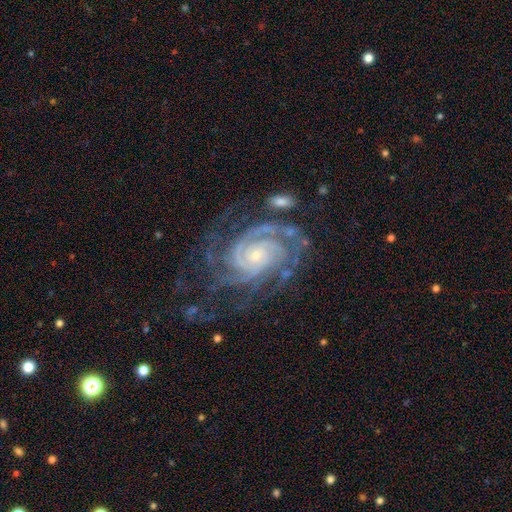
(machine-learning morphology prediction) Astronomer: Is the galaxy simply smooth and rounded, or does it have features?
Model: featured or disk — 92%.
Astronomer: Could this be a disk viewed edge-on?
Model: no — 98%.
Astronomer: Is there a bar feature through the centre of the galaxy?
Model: no — 72%.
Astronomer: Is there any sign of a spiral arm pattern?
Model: yes — 99%.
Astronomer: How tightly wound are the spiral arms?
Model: tight — 76%.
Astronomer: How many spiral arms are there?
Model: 3 — 26% (runner-up: 2, 23%).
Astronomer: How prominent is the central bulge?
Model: small — 74%.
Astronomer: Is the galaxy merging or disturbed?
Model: none — 63%.